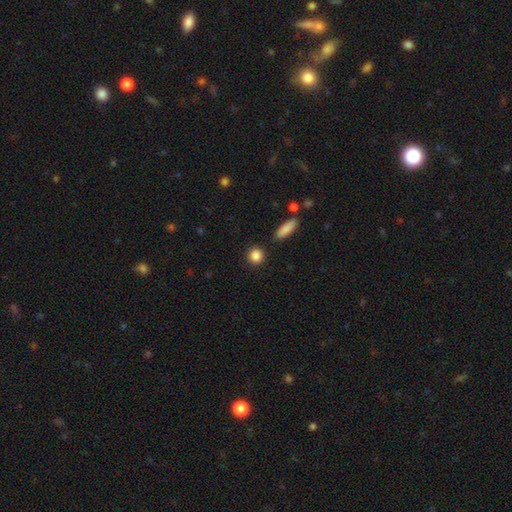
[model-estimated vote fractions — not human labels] Smooth or featured? smooth (88%)
How rounded? round (87%)
Merging? none (89%)